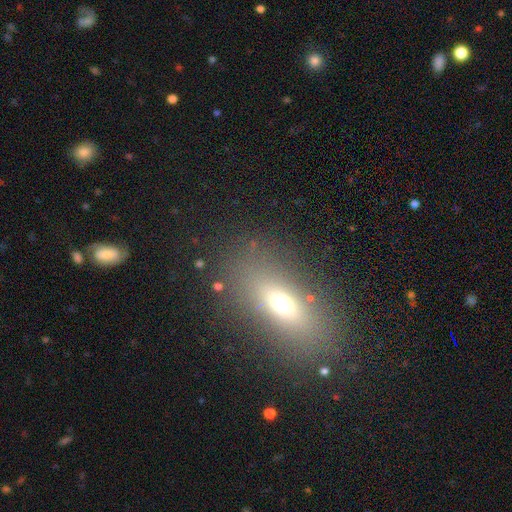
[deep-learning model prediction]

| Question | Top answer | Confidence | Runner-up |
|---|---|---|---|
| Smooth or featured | smooth | 60% | featured or disk (22%) |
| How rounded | in between | 68% | cigar-shaped (22%) |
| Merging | none | 81% | minor disturbance (11%) |